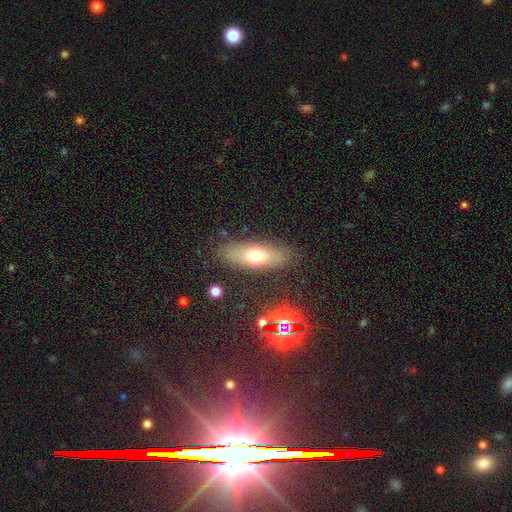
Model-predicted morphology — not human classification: Smooth or featured? Predicted: smooth (p=0.65). How rounded? Predicted: in between (p=0.64). Merging? Predicted: none (p=0.84).